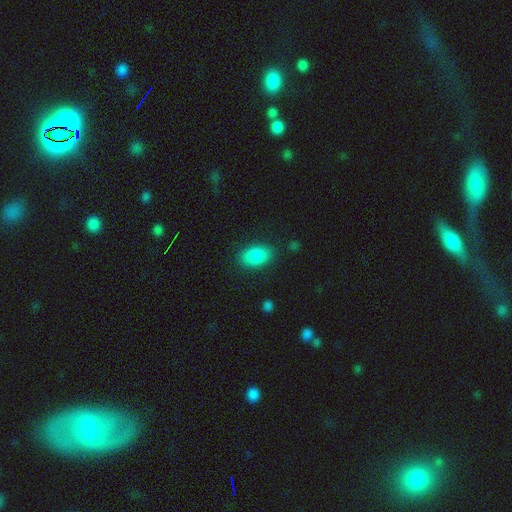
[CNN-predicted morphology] smooth_or_featured: smooth (p=0.87) [alt: star or artifact p=0.08]
how_rounded: in between (p=0.91) [alt: round p=0.07]
merging: none (p=0.85) [alt: minor disturbance p=0.10]